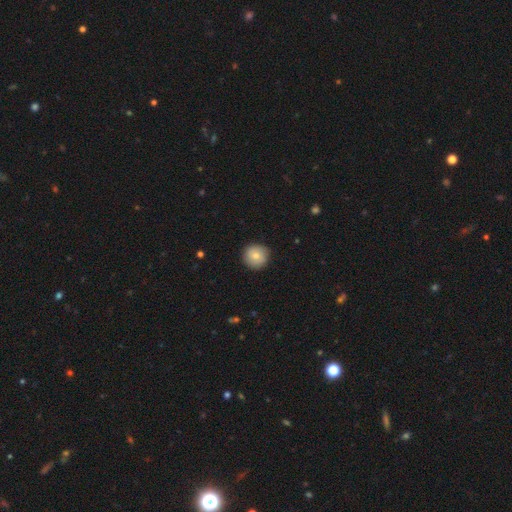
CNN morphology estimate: This is likely a smooth galaxy (76%). How rounded: clearly round (94%). Merging: clearly none (87%).